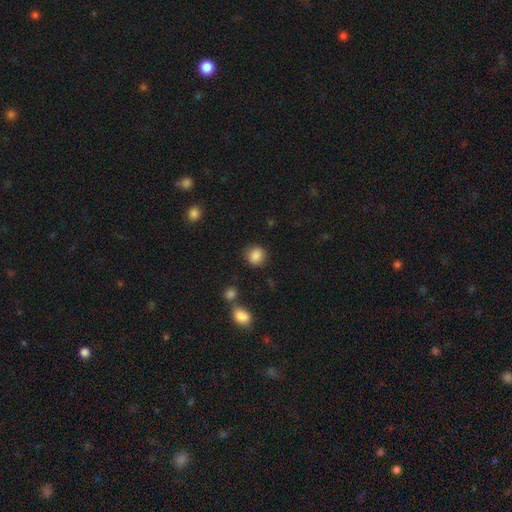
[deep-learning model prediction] smooth-or-featured: smooth: 87% | star or artifact: 9% | featured or disk: 4%
  how-rounded: round: 82% | in between: 17% | cigar-shaped: 1%
  merging: none: 84% | minor disturbance: 10% | major disturbance: 3% | merger: 3%